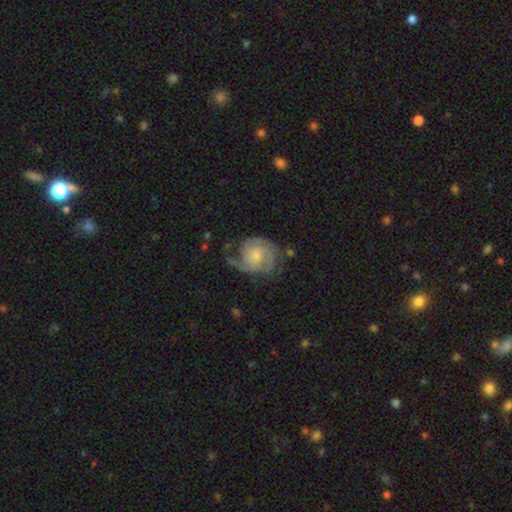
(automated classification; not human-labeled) smooth-or-featured: featured or disk: 77% | smooth: 17% | star or artifact: 6%
  disk-edge-on: no: 98% | yes: 2%
    bar: no: 68% | weak: 28% | strong: 4%
    has-spiral-arms: yes: 93% | no: 7%
      spiral-winding: medium: 41% | tight: 37% | loose: 22%
      spiral-arm-count: 2: 56% | can't tell: 16% | 3: 11% | 1: 10% | 4: 3% | more than 4: 3%
    bulge-size: small: 60% | moderate: 30% | none: 4% | large: 3% | dominant: 1%
  merging: none: 50% | minor disturbance: 25% | major disturbance: 22% | merger: 3%